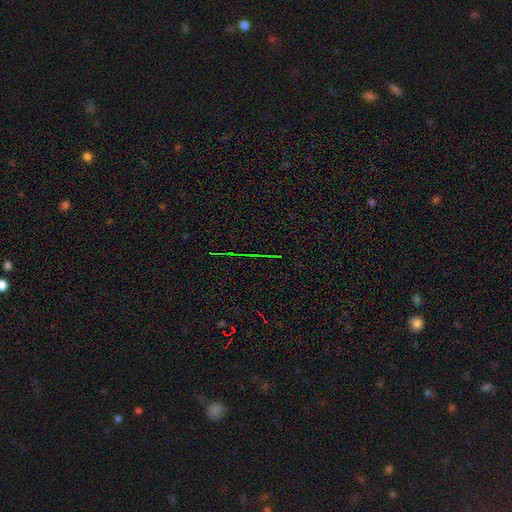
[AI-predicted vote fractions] Smooth or featured?
  - star or artifact: 75% *
  - smooth: 14%
  - featured or disk: 11%